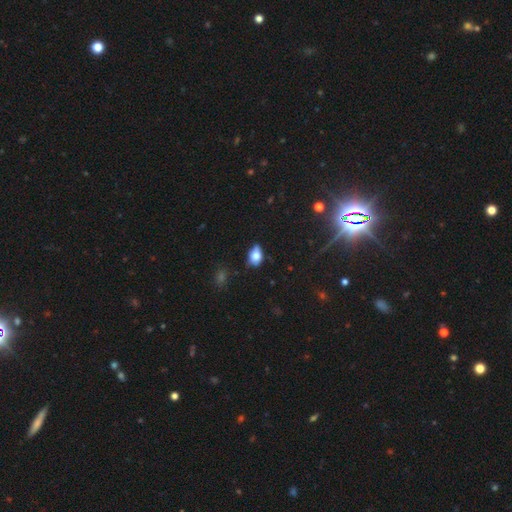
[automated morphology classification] This is likely a smooth galaxy (74%). How rounded: clearly in between (81%). Merging: possibly none (58%).